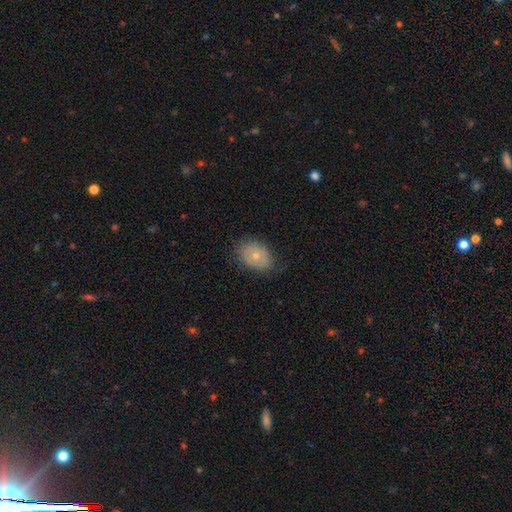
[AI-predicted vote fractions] A smooth galaxy with no disk features (65%) that is in between round and cigar-shaped (72%).

Vote fractions:
- Smooth or featured? smooth: 65% / featured or disk: 26% / star or artifact: 9%
- How rounded? in between: 72% / round: 27% / cigar-shaped: 1%
- Merging? none: 76% / minor disturbance: 18% / major disturbance: 5% / merger: 1%